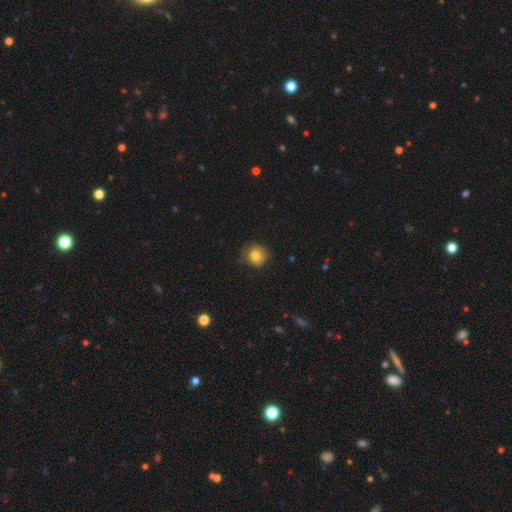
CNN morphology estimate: Smooth or featured?
  - smooth: 82% *
  - star or artifact: 9%
  - featured or disk: 9%
How rounded?
  - round: 89% *
  - in between: 10%
  - cigar-shaped: 1%
Merging?
  - none: 73% *
  - minor disturbance: 20%
  - major disturbance: 5%
  - merger: 1%